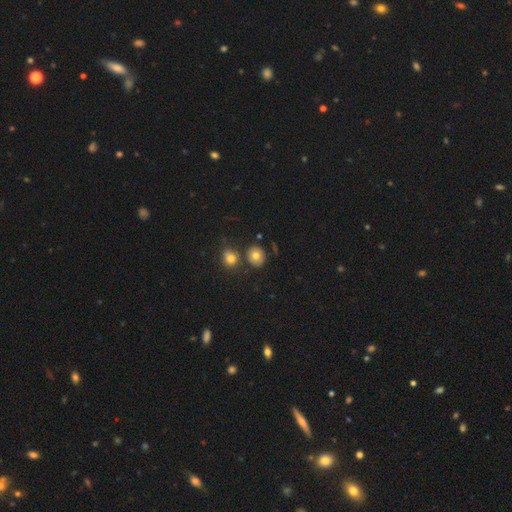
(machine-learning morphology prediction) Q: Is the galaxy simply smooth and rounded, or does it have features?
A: smooth — 75%.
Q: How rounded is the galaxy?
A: round — 76%.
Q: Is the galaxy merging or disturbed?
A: none — 75%.